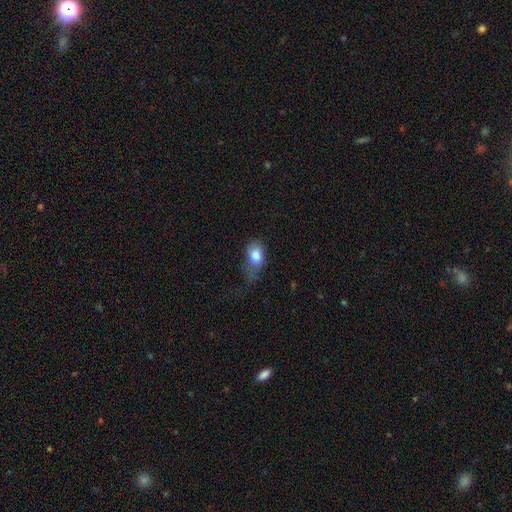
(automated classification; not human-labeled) This is likely a smooth galaxy (79%). How rounded: likely in between (76%). Merging: marginally major disturbance (35%).